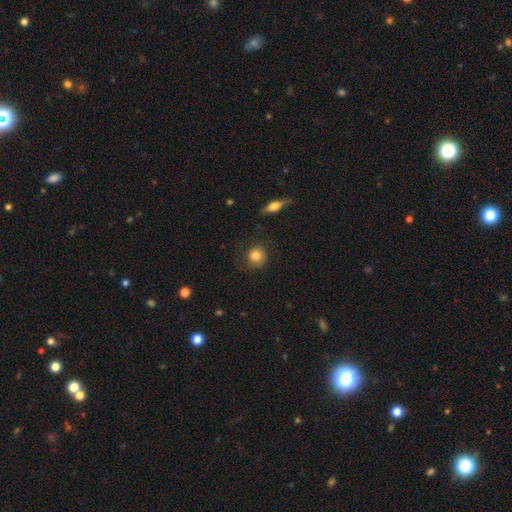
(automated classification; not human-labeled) Smooth or featured: smooth — 83% (star or artifact — 9%)
How rounded: round — 88% (in between — 11%)
Merging: none — 81% (minor disturbance — 13%)